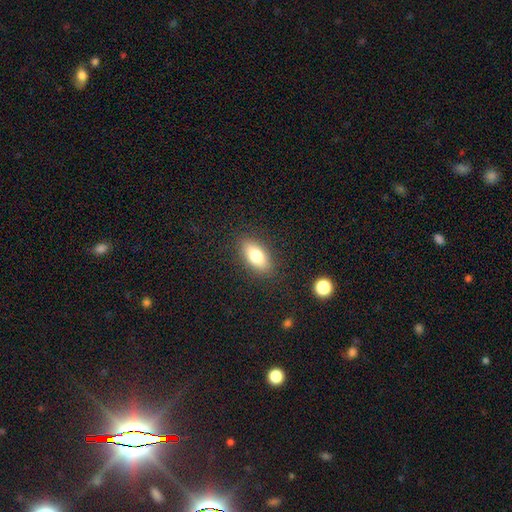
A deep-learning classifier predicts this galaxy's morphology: smooth 77%, featured or disk 16%, star or artifact 8%. Down the decision tree: how rounded — in between (86%); merging — none (87%).